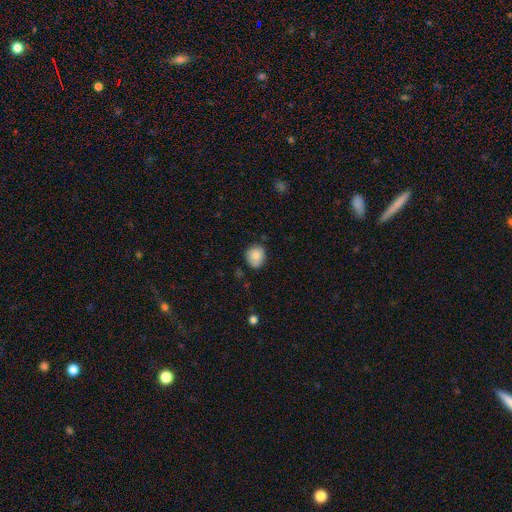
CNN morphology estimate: This is clearly a smooth galaxy (85%). How rounded: likely round (70%). Merging: likely none (72%).